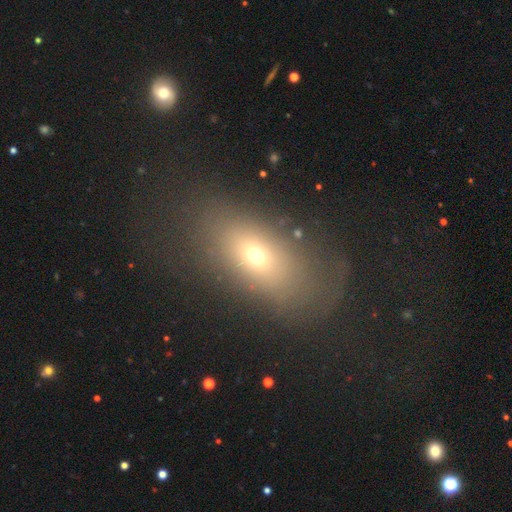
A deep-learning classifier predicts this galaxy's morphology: Smooth or featured? Predicted: smooth (p=0.62). How rounded? Predicted: in between (p=0.74). Merging? Predicted: none (p=0.69).